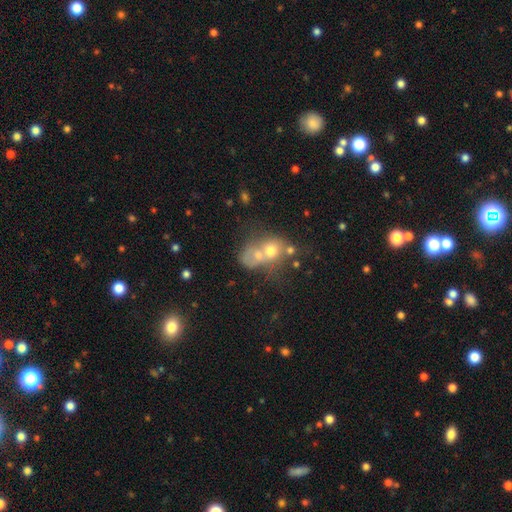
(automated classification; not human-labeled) Smooth or featured?
  - smooth: 59% *
  - featured or disk: 29%
  - star or artifact: 12%
How rounded?
  - round: 53% *
  - in between: 46%
  - cigar-shaped: 1%
Merging?
  - merger: 70% *
  - none: 16%
  - major disturbance: 7%
  - minor disturbance: 7%